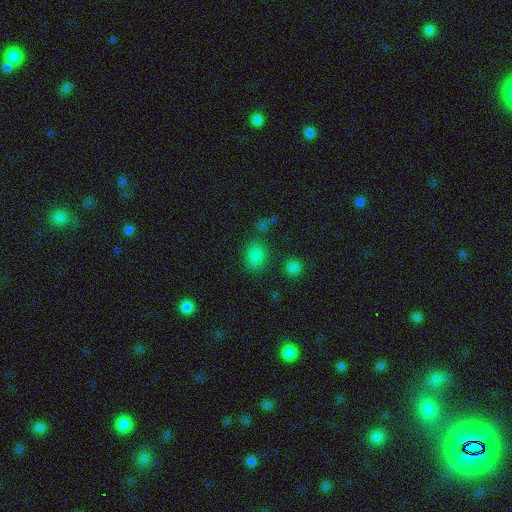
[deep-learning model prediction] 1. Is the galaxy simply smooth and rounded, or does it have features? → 80% smooth, 15% star or artifact, 5% featured or disk.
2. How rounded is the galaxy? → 68% in between, 30% round, 1% cigar-shaped.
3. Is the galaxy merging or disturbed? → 76% none, 13% minor disturbance, 6% merger, 5% major disturbance.